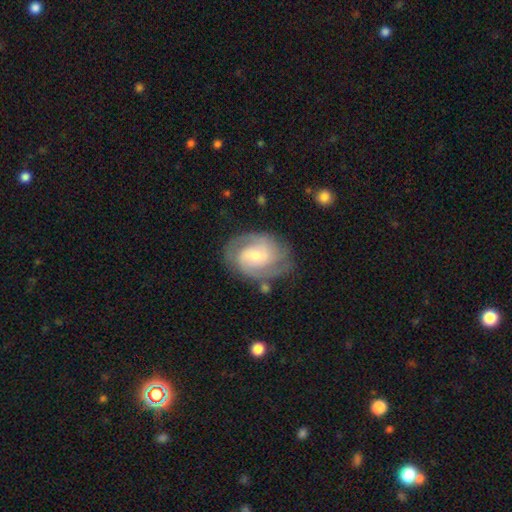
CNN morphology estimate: Smooth or featured: featured or disk — 81% (smooth — 14%)
Edge-on disk: no — 97% (yes — 3%)
Bar: no — 45% (weak — 44%)
Spiral arms: yes — 95% (no — 5%)
Spiral winding: tight — 51% (medium — 39%)
Spiral arm count: 2 — 47% (3 — 22%)
Bulge size: small — 50% (moderate — 44%)
Merging: none — 74% (minor disturbance — 17%)